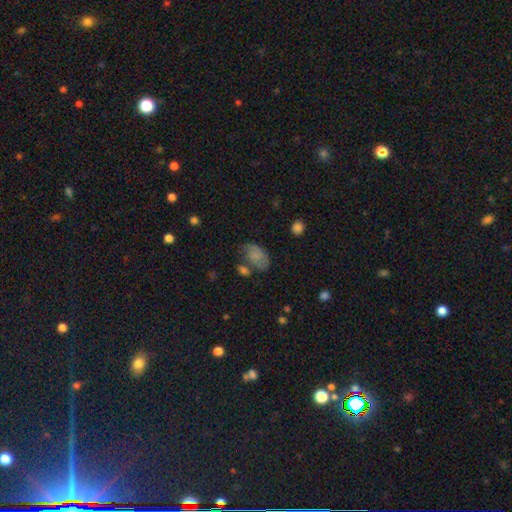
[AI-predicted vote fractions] A smooth galaxy with no disk features (62%) that is in between round and cigar-shaped (87%). Merging: none (46%).